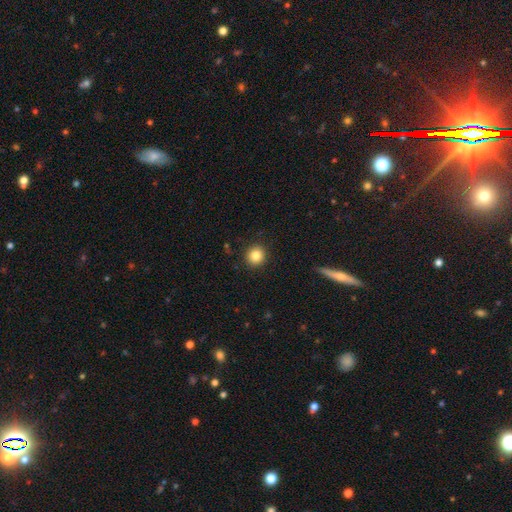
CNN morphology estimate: type=smooth (84%); roundness=round (91%); merging=none (91%).